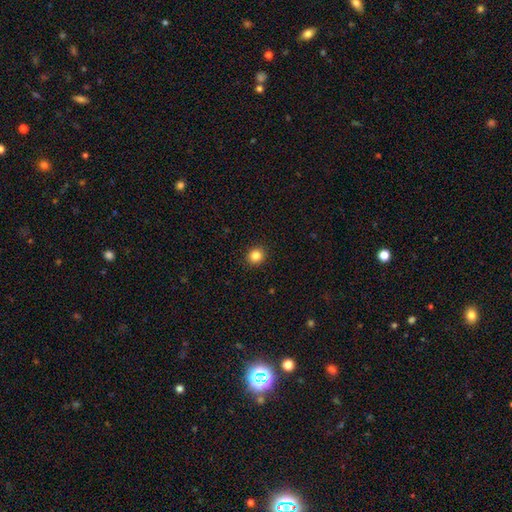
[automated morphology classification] This appears to be a smooth galaxy with no disk features (85%) that is round (88%). Merging: none (92%).